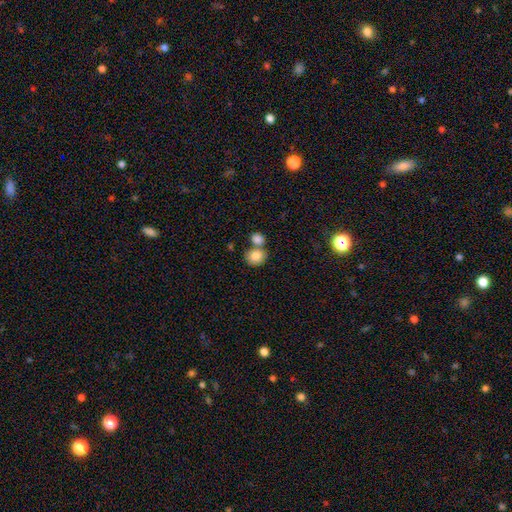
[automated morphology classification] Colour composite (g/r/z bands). It shows a smooth galaxy with no disk features (82%) that is round (68%). Merging: none (49%).